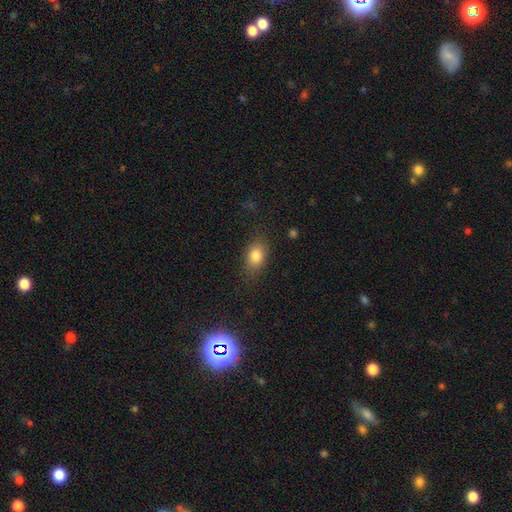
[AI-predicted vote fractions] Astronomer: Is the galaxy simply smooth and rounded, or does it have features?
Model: smooth — 82%.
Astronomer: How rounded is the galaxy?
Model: in between — 74%.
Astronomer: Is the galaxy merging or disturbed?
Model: none — 79%.